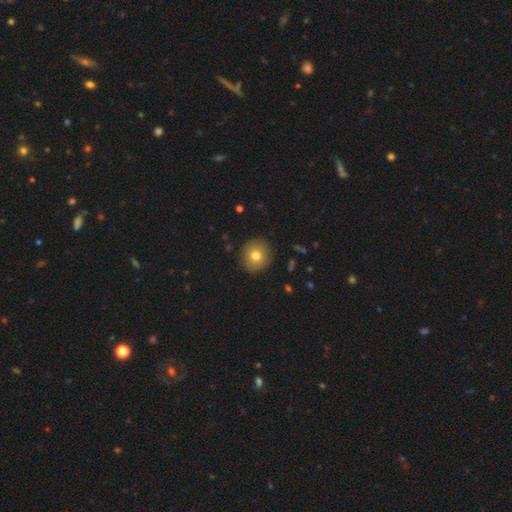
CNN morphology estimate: Smooth or featured?
  - smooth: 76% *
  - featured or disk: 14%
  - star or artifact: 10%
How rounded?
  - round: 90% *
  - in between: 9%
  - cigar-shaped: 1%
Merging?
  - none: 91% *
  - minor disturbance: 6%
  - major disturbance: 2%
  - merger: 1%